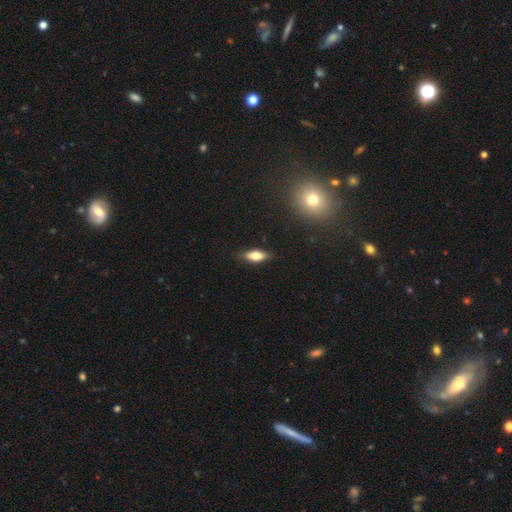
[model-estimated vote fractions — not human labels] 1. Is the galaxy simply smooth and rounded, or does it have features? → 72% smooth, 20% featured or disk, 8% star or artifact.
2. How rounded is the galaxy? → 78% in between, 19% cigar-shaped, 3% round.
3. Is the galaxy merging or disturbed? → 83% none, 13% minor disturbance, 2% major disturbance, 1% merger.